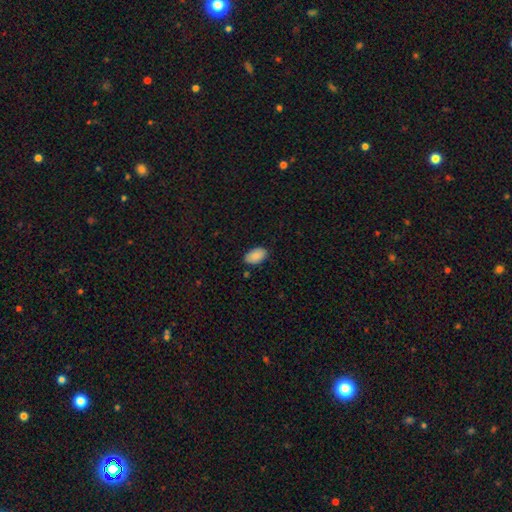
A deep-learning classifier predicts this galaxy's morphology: smooth_or_featured: smooth (p=0.89) [alt: star or artifact p=0.07]
how_rounded: in between (p=0.94) [alt: round p=0.05]
merging: none (p=0.84) [alt: minor disturbance p=0.12]